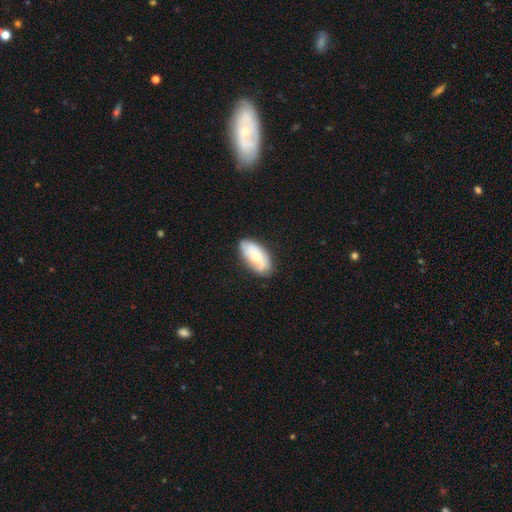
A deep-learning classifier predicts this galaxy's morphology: This appears to be a smooth galaxy with no disk features (59%) that is in between round and cigar-shaped (91%). Merging: none (75%).